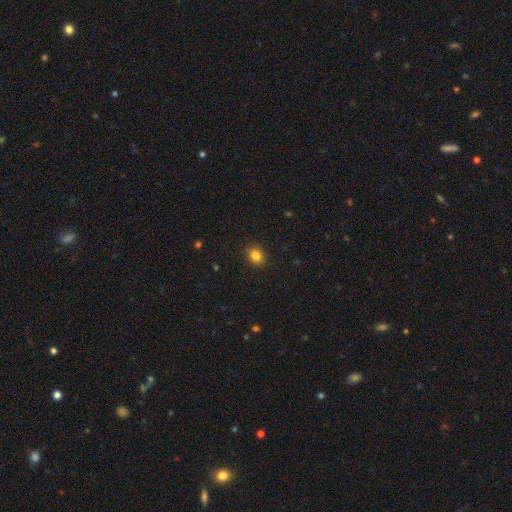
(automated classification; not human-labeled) smooth 84%, star or artifact 11%, featured or disk 5%. Down the decision tree: how rounded — round (62%); merging — none (88%).